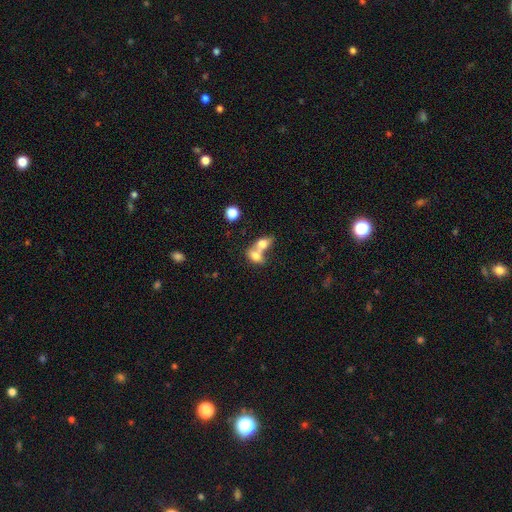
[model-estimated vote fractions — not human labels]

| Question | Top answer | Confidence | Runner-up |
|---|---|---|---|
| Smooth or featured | smooth | 72% | featured or disk (19%) |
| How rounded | in between | 68% | round (29%) |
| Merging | merger | 75% | none (16%) |